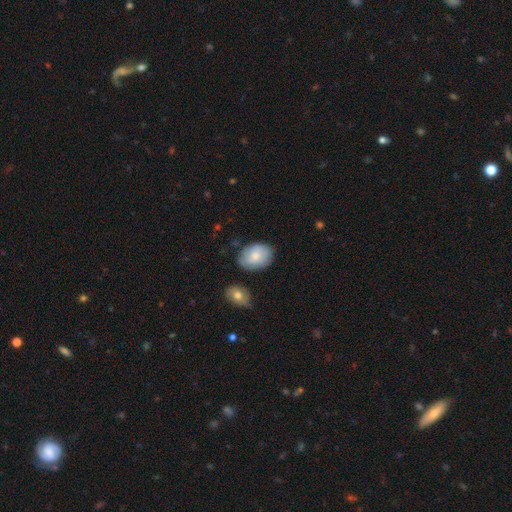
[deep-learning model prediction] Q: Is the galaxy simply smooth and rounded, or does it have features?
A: smooth — 72%.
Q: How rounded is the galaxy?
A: in between — 79%.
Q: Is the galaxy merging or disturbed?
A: none — 69%.